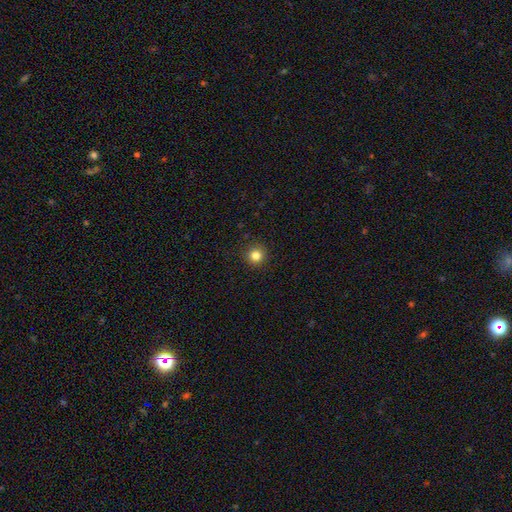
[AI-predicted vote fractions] Smooth or featured?
  - smooth: 83% *
  - star or artifact: 12%
  - featured or disk: 5%
How rounded?
  - round: 95% *
  - in between: 5%
  - cigar-shaped: 1%
Merging?
  - none: 91% *
  - minor disturbance: 6%
  - major disturbance: 2%
  - merger: 1%